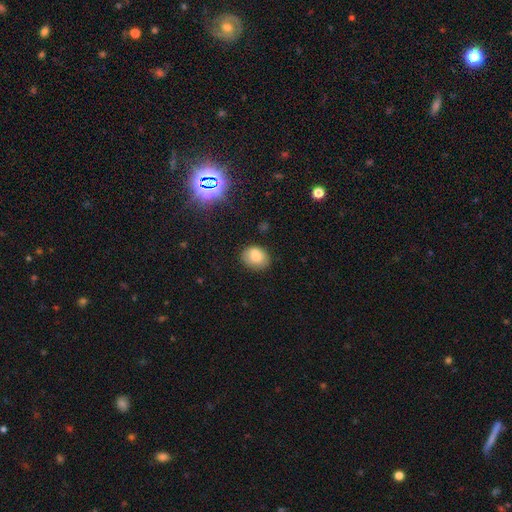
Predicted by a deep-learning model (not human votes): Smooth or featured? smooth (79%)
How rounded? in between (56%)
Merging? none (71%)